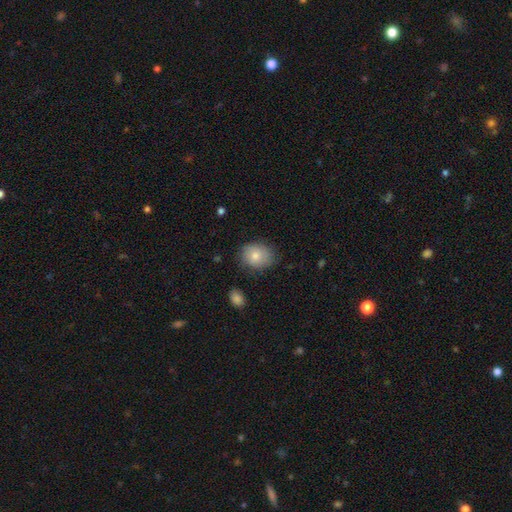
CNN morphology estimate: This is likely a smooth galaxy (78%). How rounded: possibly round (57%). Merging: likely none (76%).